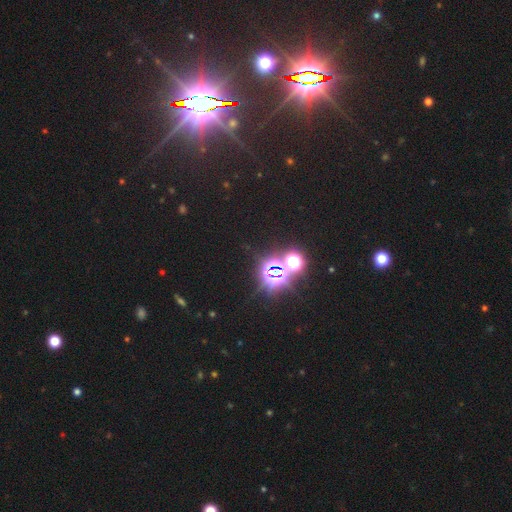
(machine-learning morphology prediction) The model was most divided on "smooth or featured": star or artifact: 80%, smooth: 12%, featured or disk: 7%.